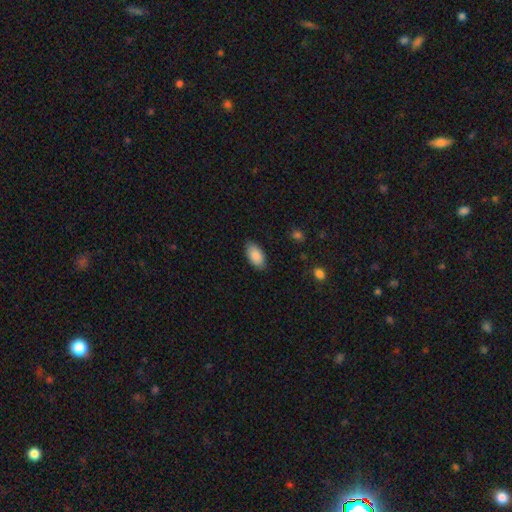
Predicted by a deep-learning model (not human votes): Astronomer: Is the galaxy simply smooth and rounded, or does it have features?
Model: smooth — 88%.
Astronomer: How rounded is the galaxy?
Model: in between — 94%.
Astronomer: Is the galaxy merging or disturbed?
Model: none — 84%.